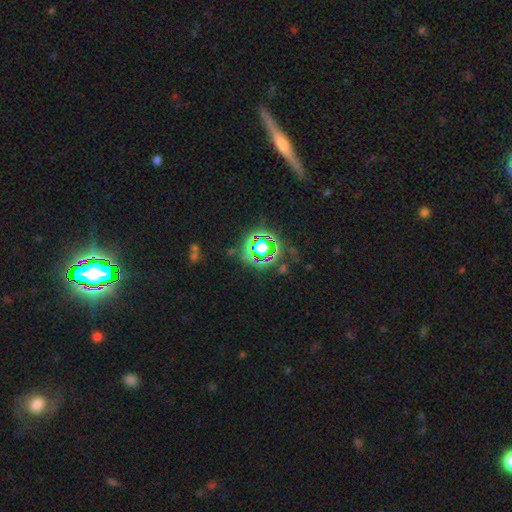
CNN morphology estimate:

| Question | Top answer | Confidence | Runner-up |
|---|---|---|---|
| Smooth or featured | star or artifact | 66% | featured or disk (19%) |